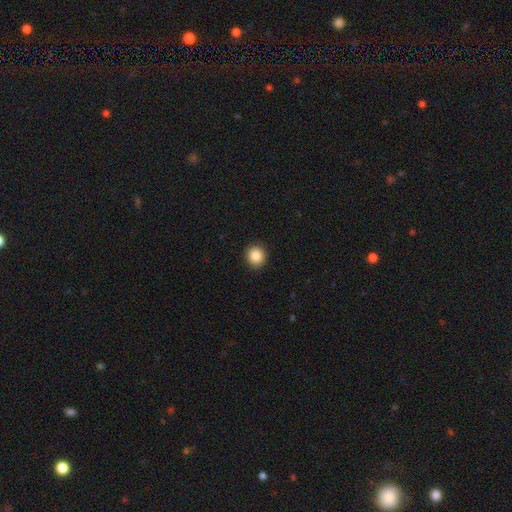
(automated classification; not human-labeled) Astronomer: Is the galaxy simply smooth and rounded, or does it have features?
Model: smooth — 86%.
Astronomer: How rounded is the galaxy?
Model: round — 88%.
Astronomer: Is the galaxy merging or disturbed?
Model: none — 92%.